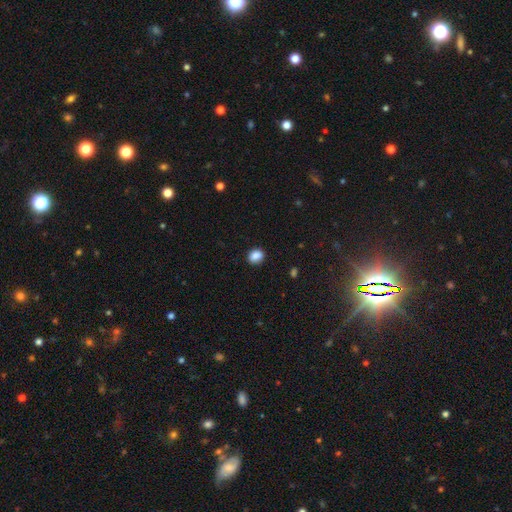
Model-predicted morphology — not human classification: The model was most divided on "how rounded": round: 55%, in between: 44%, cigar-shaped: 1%. More confident: merging — none (89%); smooth or featured — smooth (87%).